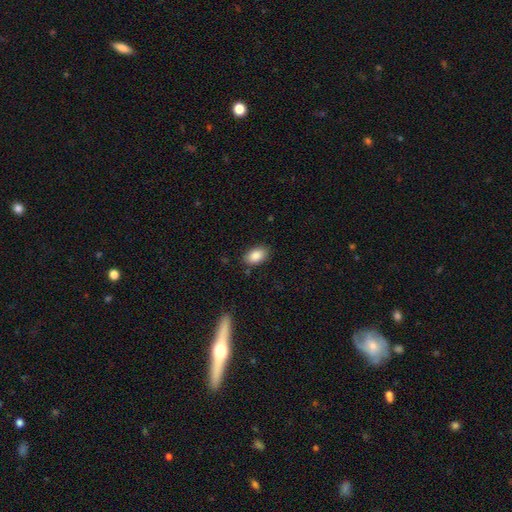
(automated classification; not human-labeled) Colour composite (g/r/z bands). It shows a smooth galaxy with no disk features (88%) that is in between round and cigar-shaped (91%). Merging: none (84%).